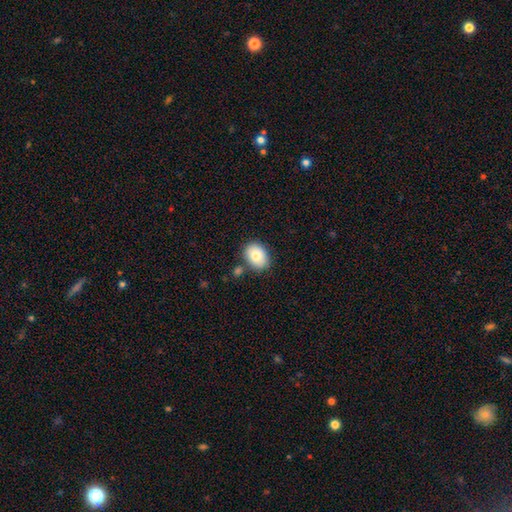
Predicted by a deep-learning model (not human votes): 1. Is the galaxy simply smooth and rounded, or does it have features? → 80% smooth, 12% featured or disk, 8% star or artifact.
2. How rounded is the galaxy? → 70% in between, 29% round, 1% cigar-shaped.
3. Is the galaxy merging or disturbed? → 76% none, 13% minor disturbance, 8% merger, 3% major disturbance.